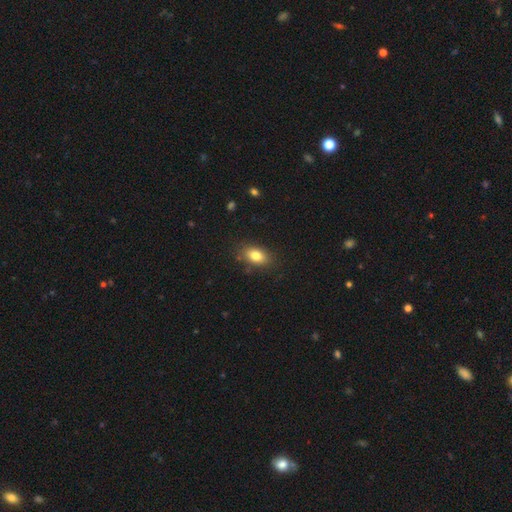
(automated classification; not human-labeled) Morphology: type=smooth (81%); roundness=in between (87%); merging=none (84%).